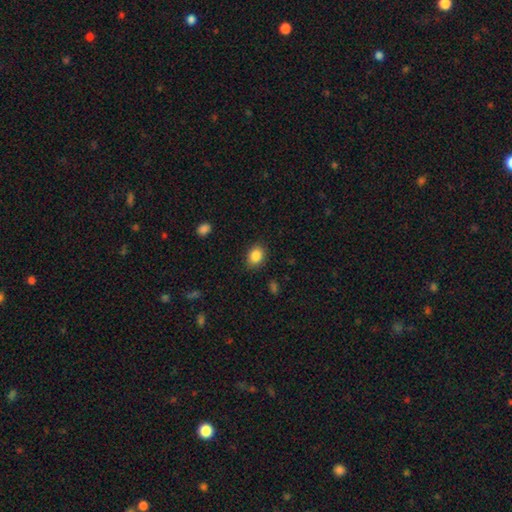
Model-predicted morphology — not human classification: This is clearly a smooth galaxy (86%). How rounded: possibly in between (55%). Merging: clearly none (86%).